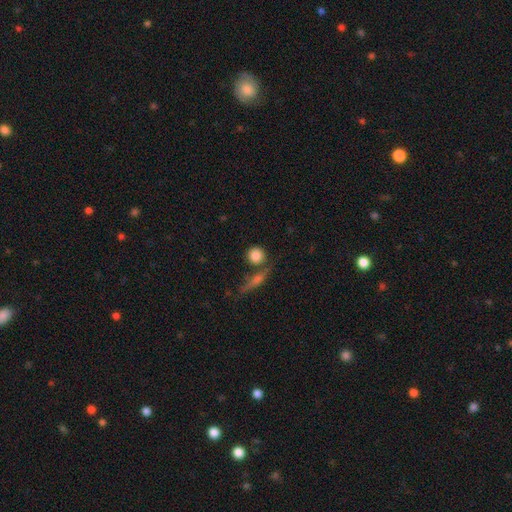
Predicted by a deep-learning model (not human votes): This appears to be a smooth galaxy with no disk features (84%) that is round (87%). Merging: none (70%).